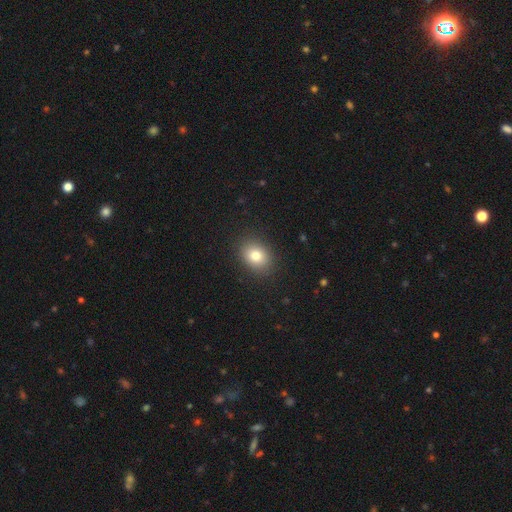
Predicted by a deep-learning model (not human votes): This is likely a smooth galaxy (80%). How rounded: possibly in between (58%). Merging: clearly none (89%).